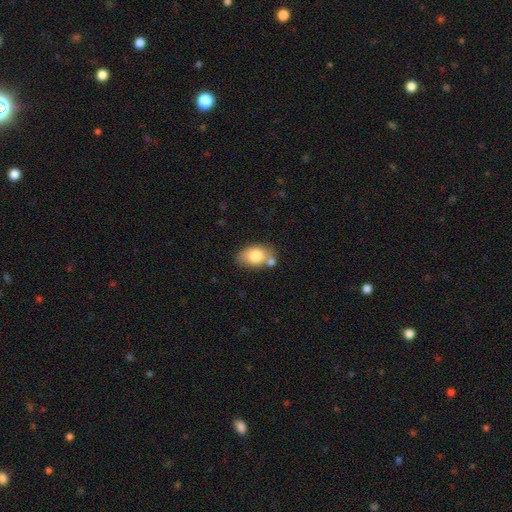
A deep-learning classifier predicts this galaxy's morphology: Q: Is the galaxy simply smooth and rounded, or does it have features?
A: smooth — 77%.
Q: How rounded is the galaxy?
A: in between — 86%.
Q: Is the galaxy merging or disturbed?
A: none — 58%.